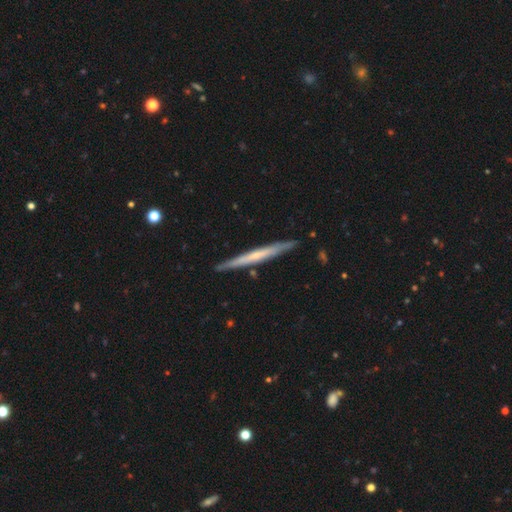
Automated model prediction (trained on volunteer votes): Overall: featured or disk (58%; smooth 37%). Edge-on disk: yes (96%). Edge-on bulge: none (68%). Merging: none (88%).